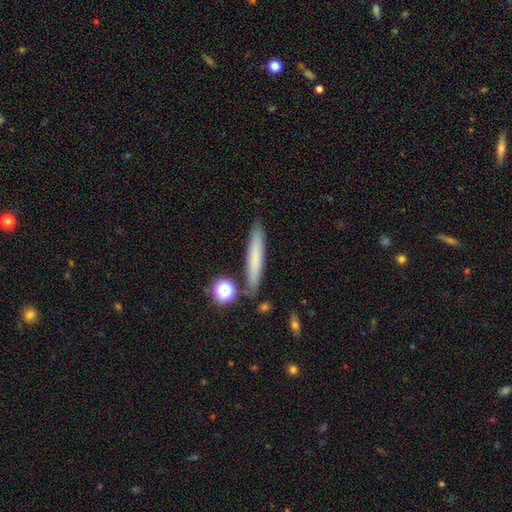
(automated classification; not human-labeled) Overall: smooth (69%). How rounded: cigar-shaped (93%). Merging: none (85%).